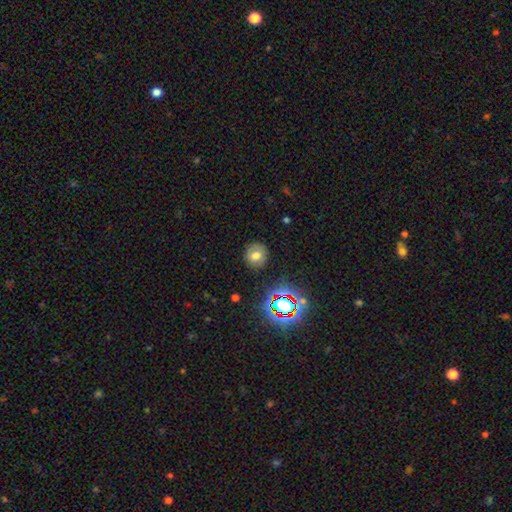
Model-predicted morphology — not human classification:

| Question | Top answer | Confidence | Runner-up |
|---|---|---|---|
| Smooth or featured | smooth | 69% | star or artifact (18%) |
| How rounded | round | 78% | in between (21%) |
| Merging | none | 82% | minor disturbance (12%) |